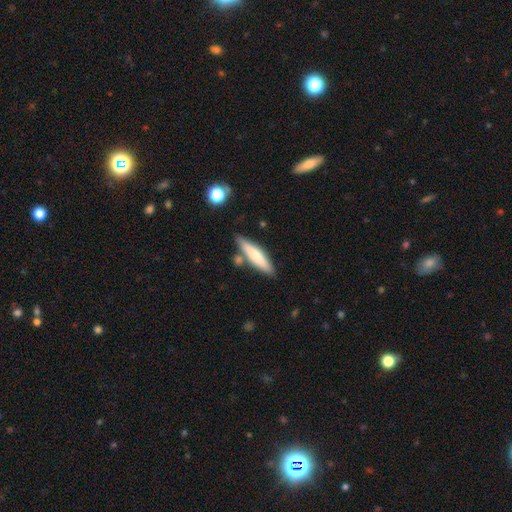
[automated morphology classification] The model was most divided on "smooth or featured": smooth: 68%, featured or disk: 26%, star or artifact: 5%. More confident: how rounded — cigar-shaped (82%); merging — none (77%).